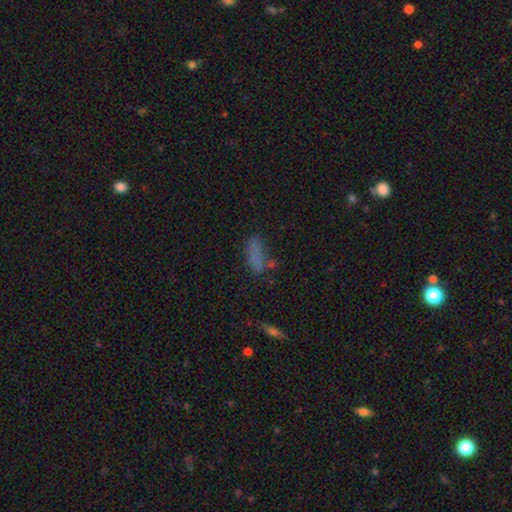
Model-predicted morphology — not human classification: Overall: smooth (72%). How rounded: in between (59%; cigar-shaped 37%). Merging: none (55%; minor disturbance 22%).